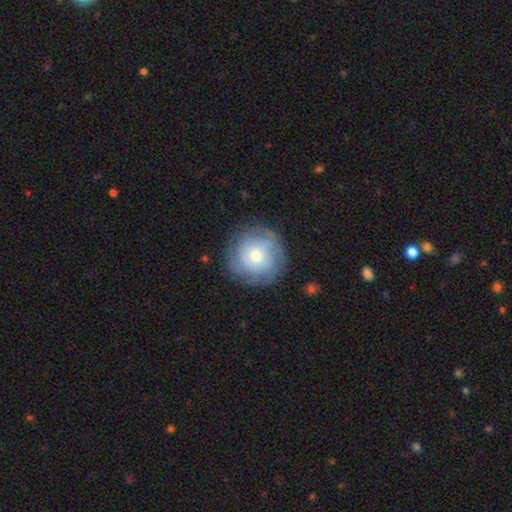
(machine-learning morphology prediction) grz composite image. It shows a featured or disk galaxy (46%). Merging: none (81%).